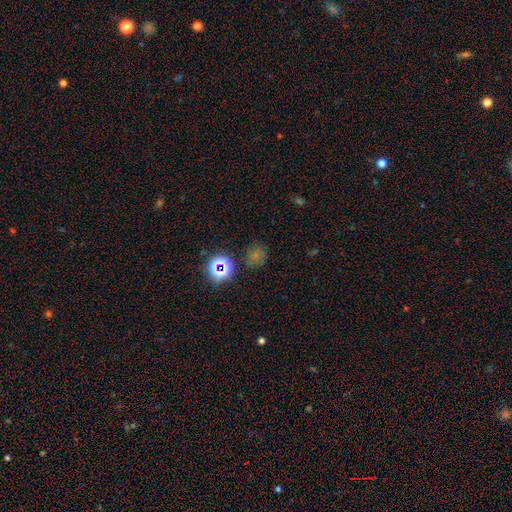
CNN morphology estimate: This appears to be a smooth galaxy with no disk features (55%) that is round (79%). Merging: none (77%).